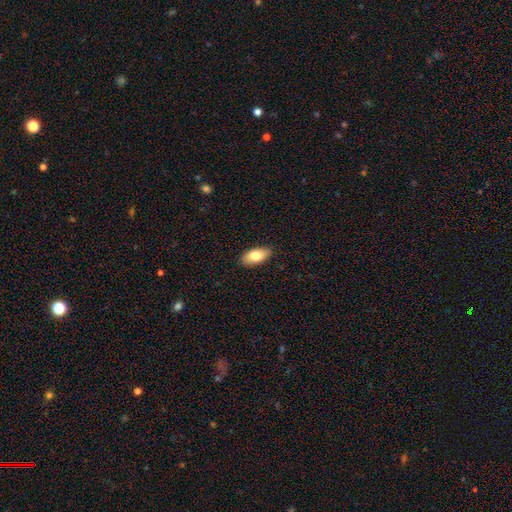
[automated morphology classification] The model was most divided on "smooth or featured": smooth: 81%, featured or disk: 13%, star or artifact: 6%. More confident: how rounded — in between (90%); merging — none (88%).